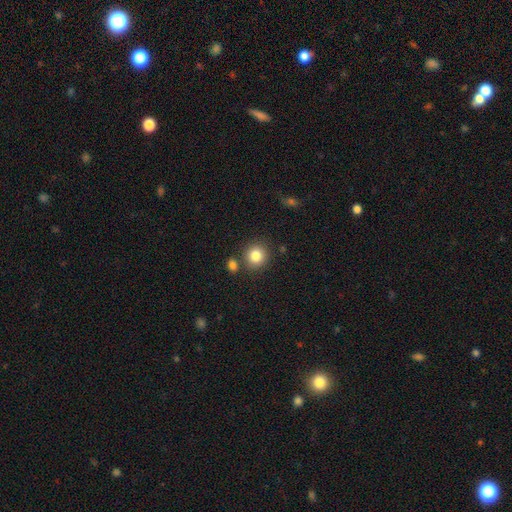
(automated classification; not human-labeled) smooth 84%, star or artifact 10%, featured or disk 6%. Down the decision tree: how rounded — round (89%); merging — none (80%).